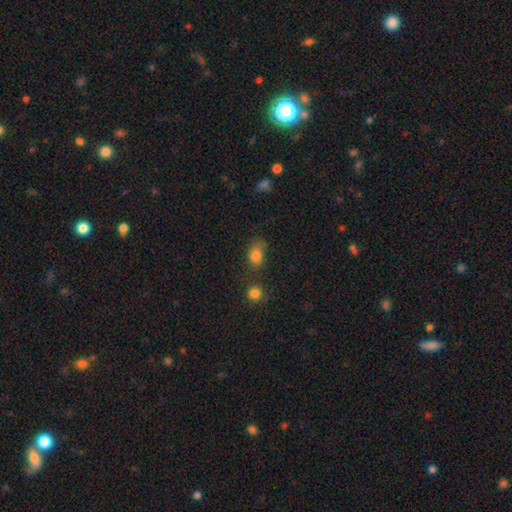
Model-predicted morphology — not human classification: A smooth galaxy with no disk features (81%) that is in between round and cigar-shaped (70%). Merging: none (57%).